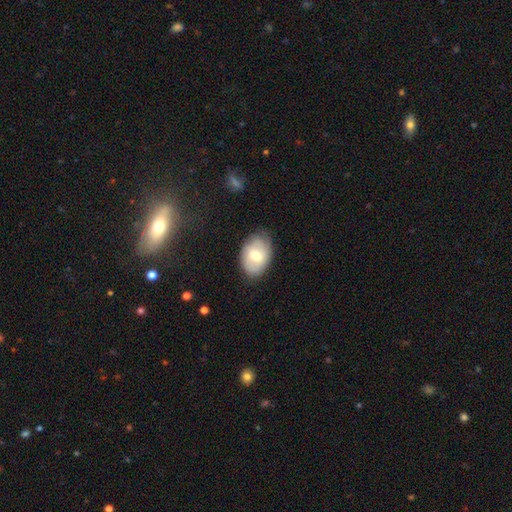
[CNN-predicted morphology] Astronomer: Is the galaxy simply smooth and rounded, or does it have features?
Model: smooth — 62%.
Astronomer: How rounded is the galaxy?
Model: in between — 83%.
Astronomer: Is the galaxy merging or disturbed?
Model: none — 74%.